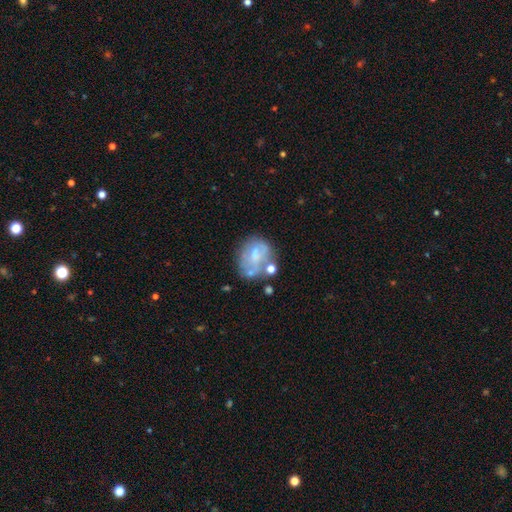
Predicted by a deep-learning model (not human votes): This appears to be a featured or disk galaxy (47%). Merging: none (42%).